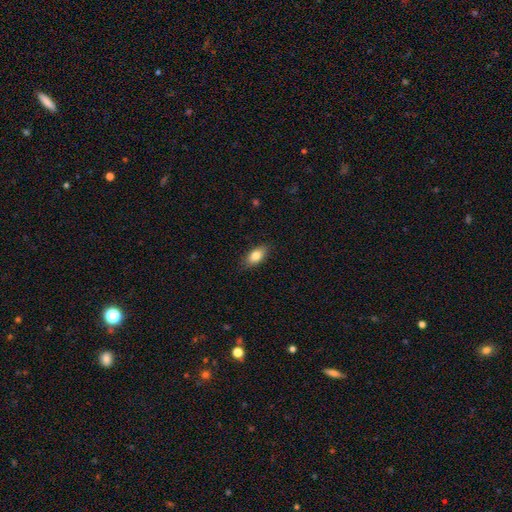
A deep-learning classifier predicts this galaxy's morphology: This appears to be a smooth galaxy with no disk features (82%) that is in between round and cigar-shaped (88%). Merging: none (85%).